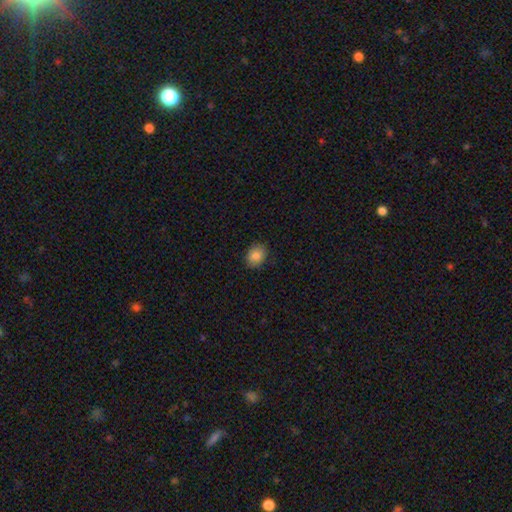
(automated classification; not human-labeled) Q: Smooth or featured?
A: smooth (87%); runner-up: star or artifact (9%)
Q: How rounded?
A: round (52%); runner-up: in between (47%)
Q: Merging?
A: none (86%); runner-up: minor disturbance (11%)